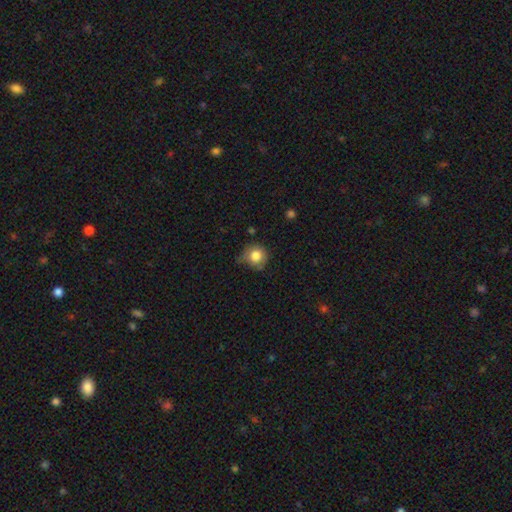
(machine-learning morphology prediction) Q: Smooth or featured?
A: smooth (80%); runner-up: featured or disk (10%)
Q: How rounded?
A: round (88%); runner-up: in between (11%)
Q: Merging?
A: none (56%); runner-up: minor disturbance (32%)